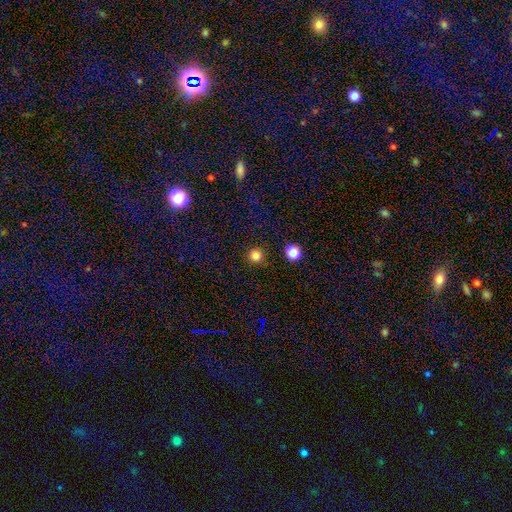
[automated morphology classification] Smooth or featured? Predicted: smooth (p=0.82). How rounded? Predicted: round (p=0.95). Merging? Predicted: none (p=0.89).